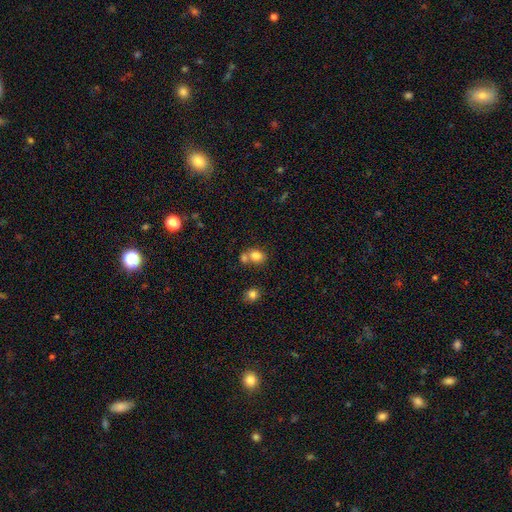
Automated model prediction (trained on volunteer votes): smooth_or_featured: smooth (p=0.80) [alt: star or artifact p=0.11]
how_rounded: in between (p=0.54) [alt: round p=0.44]
merging: none (p=0.46) [alt: merger p=0.39]